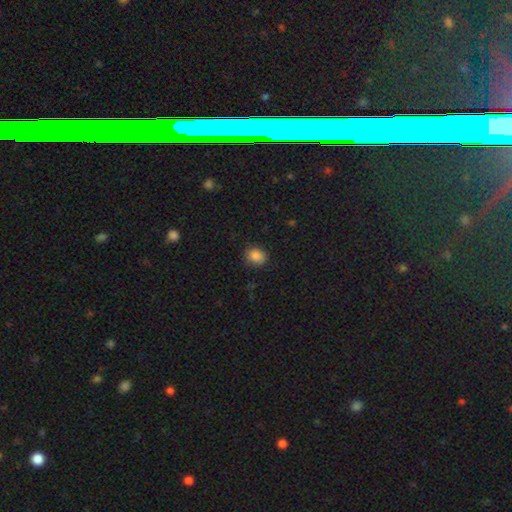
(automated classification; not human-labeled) A smooth galaxy with no disk features (87%) that is in between round and cigar-shaped (51%).

Vote fractions:
- Smooth or featured? smooth: 87% / star or artifact: 9% / featured or disk: 4%
- How rounded? in between: 51% / round: 48% / cigar-shaped: 1%
- Merging? none: 85% / minor disturbance: 11% / major disturbance: 3% / merger: 1%